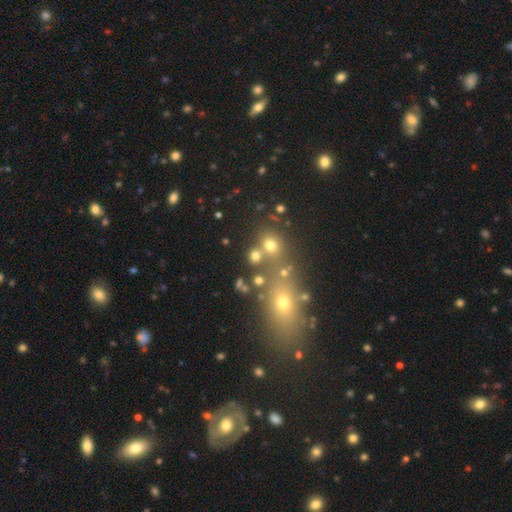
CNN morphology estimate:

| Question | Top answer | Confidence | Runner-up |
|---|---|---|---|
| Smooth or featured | smooth | 67% | star or artifact (21%) |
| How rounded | round | 75% | in between (23%) |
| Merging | none | 61% | merger (24%) |